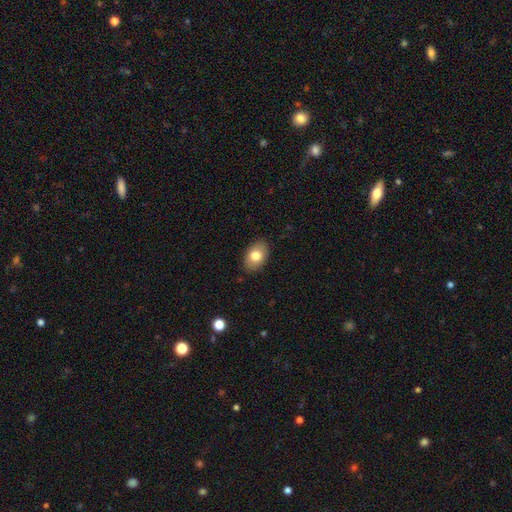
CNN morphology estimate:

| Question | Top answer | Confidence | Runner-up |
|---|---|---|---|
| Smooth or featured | smooth | 79% | featured or disk (13%) |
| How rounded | in between | 85% | round (14%) |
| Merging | none | 87% | minor disturbance (9%) |